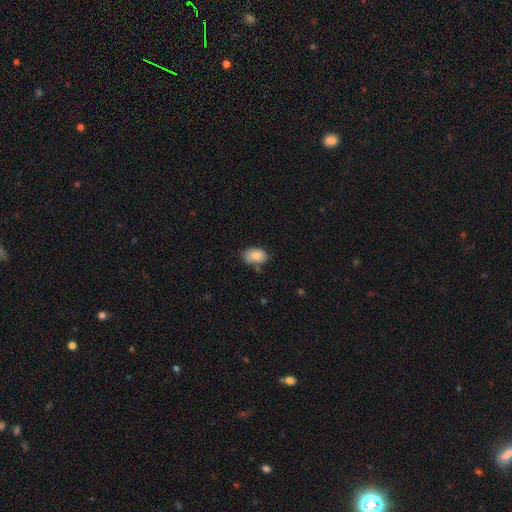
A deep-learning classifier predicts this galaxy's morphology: smooth_or_featured: smooth (p=0.83) [alt: featured or disk p=0.09]
how_rounded: in between (p=0.88) [alt: round p=0.11]
merging: none (p=0.71) [alt: minor disturbance p=0.21]